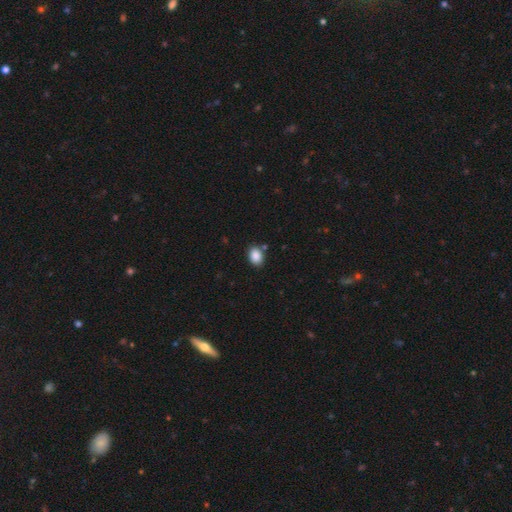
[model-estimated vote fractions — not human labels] smooth_or_featured: smooth (p=0.88) [alt: star or artifact p=0.09]
how_rounded: in between (p=0.70) [alt: round p=0.29]
merging: none (p=0.81) [alt: minor disturbance p=0.12]